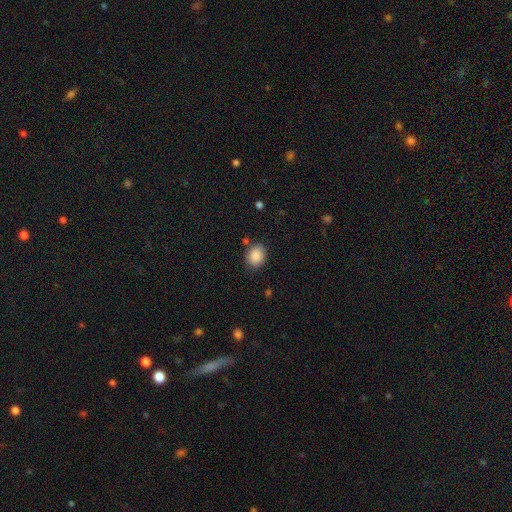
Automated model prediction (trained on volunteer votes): smooth-or-featured: smooth: 88% | star or artifact: 8% | featured or disk: 4%
  how-rounded: in between: 51% | round: 48% | cigar-shaped: 1%
  merging: none: 81% | minor disturbance: 12% | major disturbance: 3% | merger: 3%